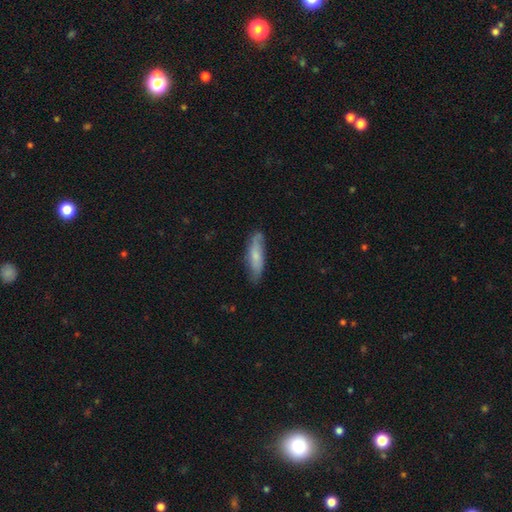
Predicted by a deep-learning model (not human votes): smooth 59%, featured or disk 34%, star or artifact 6%. Down the decision tree: how rounded — cigar-shaped (63%); merging — none (75%).